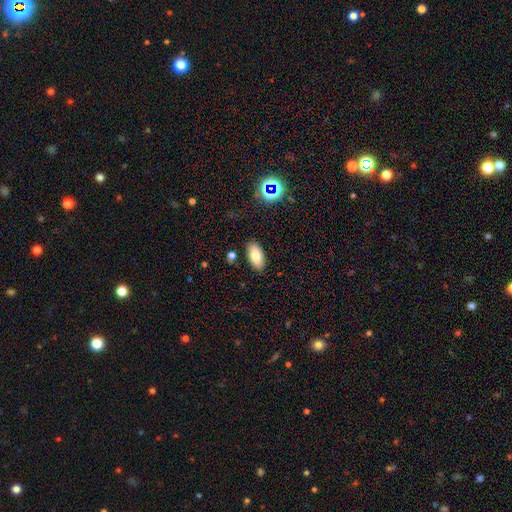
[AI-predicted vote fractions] Smooth or featured?
  - smooth: 75% *
  - featured or disk: 15%
  - star or artifact: 10%
How rounded?
  - in between: 91% *
  - cigar-shaped: 6%
  - round: 3%
Merging?
  - none: 86% *
  - minor disturbance: 9%
  - merger: 2%
  - major disturbance: 2%